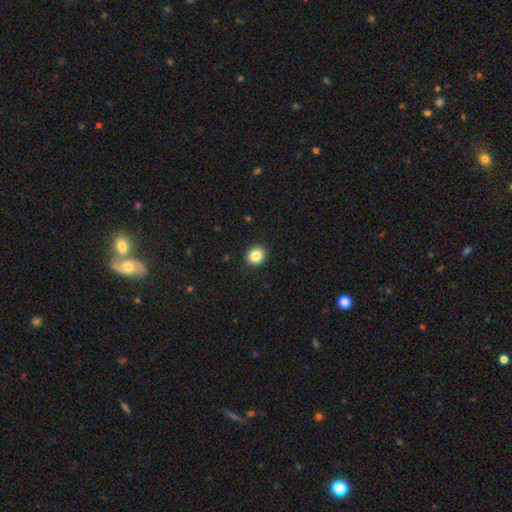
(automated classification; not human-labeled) smooth_or_featured: smooth (p=0.85) [alt: star or artifact p=0.09]
how_rounded: round (p=0.78) [alt: in between p=0.21]
merging: none (p=0.92) [alt: minor disturbance p=0.05]